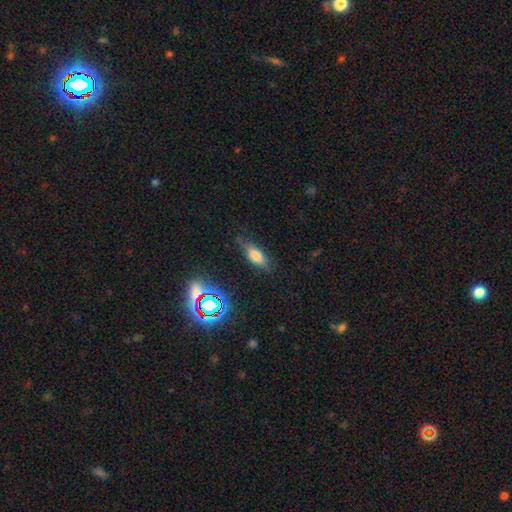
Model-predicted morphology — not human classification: A smooth galaxy with no disk features (69%) that is in between round and cigar-shaped (69%). Merging: none (70%).